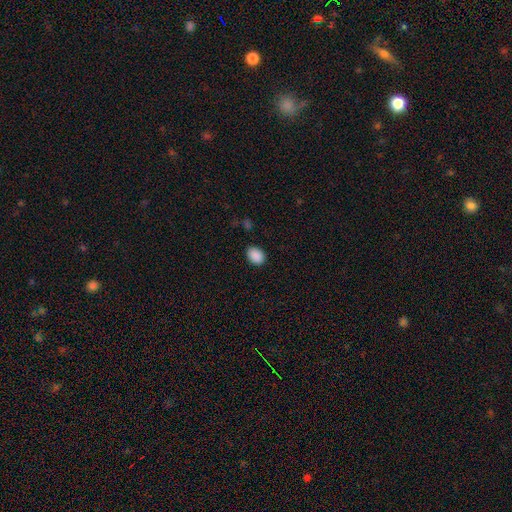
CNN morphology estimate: Smooth or featured? smooth (90%)
How rounded? in between (73%)
Merging? none (87%)